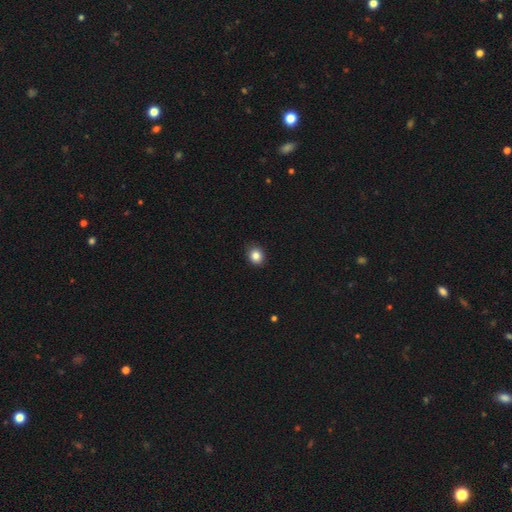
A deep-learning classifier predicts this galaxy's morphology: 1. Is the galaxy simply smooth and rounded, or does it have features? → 85% smooth, 10% star or artifact, 5% featured or disk.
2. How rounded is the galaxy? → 69% round, 30% in between, 1% cigar-shaped.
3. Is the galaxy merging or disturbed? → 89% none, 8% minor disturbance, 2% major disturbance, 1% merger.